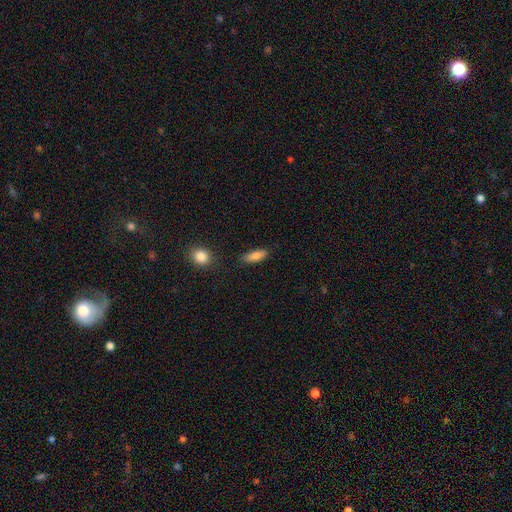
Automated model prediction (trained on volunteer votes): smooth_or_featured: smooth (p=0.82) [alt: featured or disk p=0.10]
how_rounded: in between (p=0.66) [alt: cigar-shaped p=0.31]
merging: none (p=0.81) [alt: minor disturbance p=0.14]